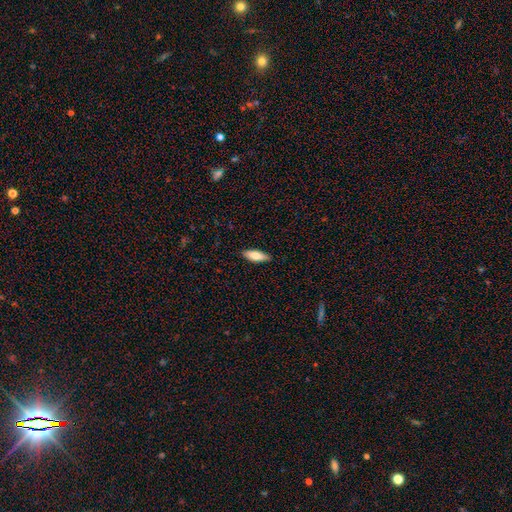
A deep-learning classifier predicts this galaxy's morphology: The model was most divided on "how rounded": in between: 62%, cigar-shaped: 36%, round: 2%. More confident: merging — none (87%); smooth or featured — smooth (78%).